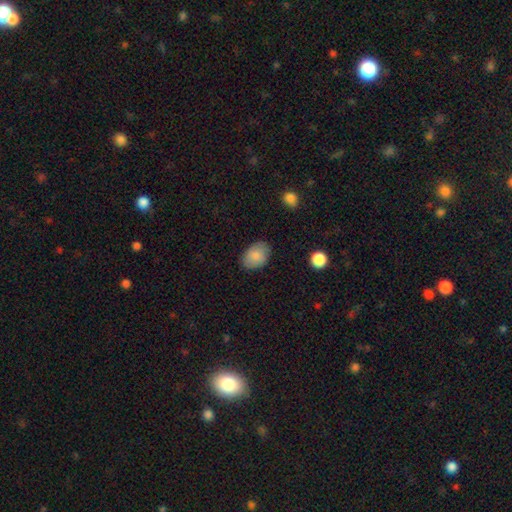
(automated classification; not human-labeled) Smooth or featured? Predicted: smooth (p=0.85). How rounded? Predicted: in between (p=0.82). Merging? Predicted: none (p=0.83).